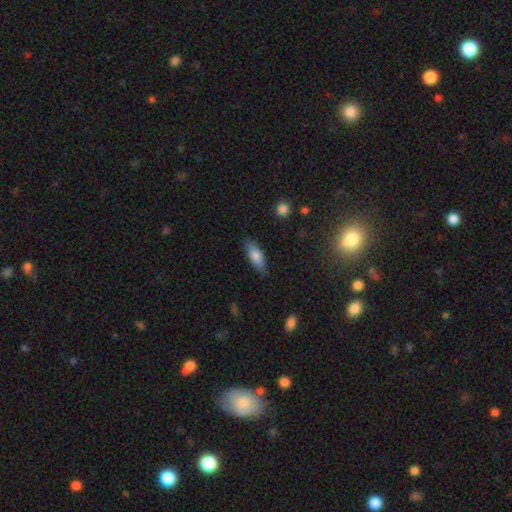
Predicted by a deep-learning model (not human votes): Overall: smooth (79%). How rounded: in between (66%; cigar-shaped 32%). Merging: none (83%).